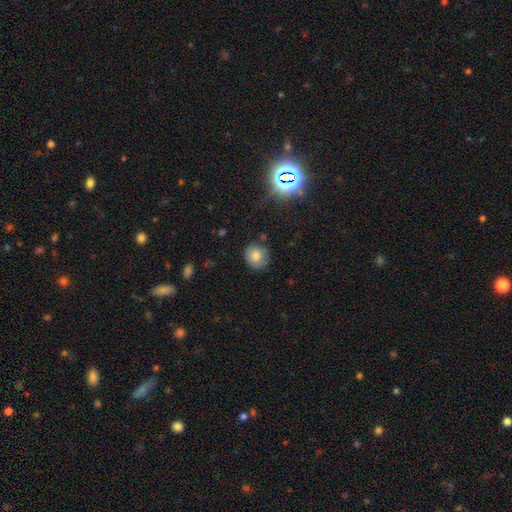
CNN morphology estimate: A smooth galaxy with no disk features (77%) that is round (82%).

Vote fractions:
- Smooth or featured? smooth: 77% / star or artifact: 12% / featured or disk: 11%
- How rounded? round: 82% / in between: 17% / cigar-shaped: 1%
- Merging? none: 81% / minor disturbance: 14% / major disturbance: 3% / merger: 2%